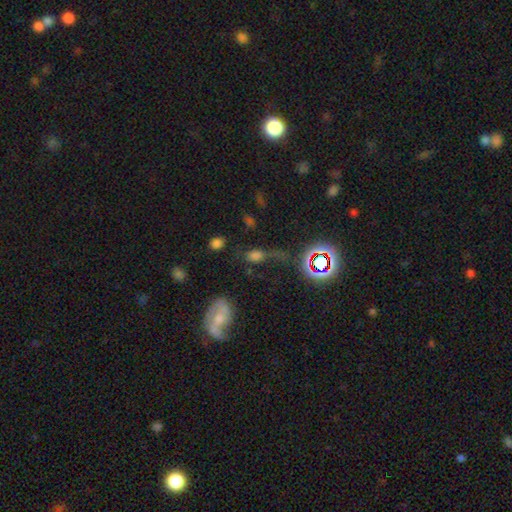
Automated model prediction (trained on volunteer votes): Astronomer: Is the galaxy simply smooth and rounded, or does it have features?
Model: smooth — 52% (runner-up: star or artifact, 31%).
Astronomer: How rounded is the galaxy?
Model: in between — 71%.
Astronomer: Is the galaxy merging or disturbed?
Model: none — 37% (runner-up: major disturbance, 28%).